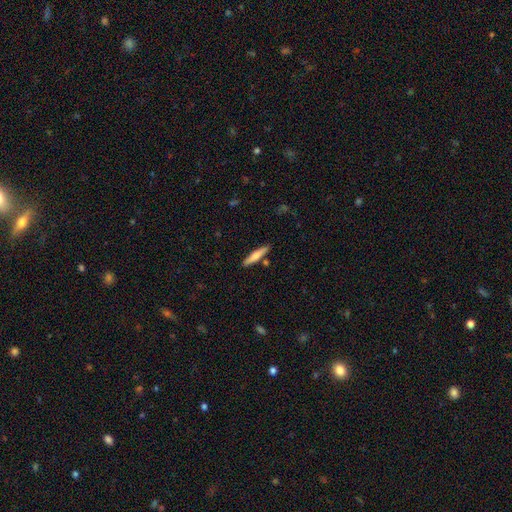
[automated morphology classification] smooth_or_featured: smooth (p=0.65) [alt: featured or disk p=0.30]
how_rounded: cigar-shaped (p=0.89) [alt: in between p=0.10]
merging: none (p=0.85) [alt: minor disturbance p=0.09]